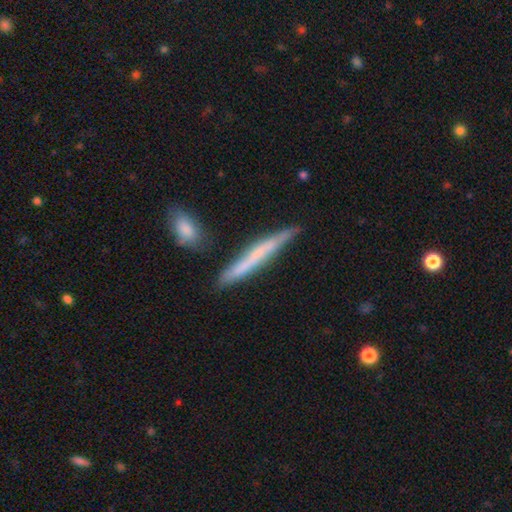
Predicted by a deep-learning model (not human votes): Smooth or featured? Predicted: smooth (p=0.52). How rounded? Predicted: cigar-shaped (p=0.95). Merging? Predicted: none (p=0.74).